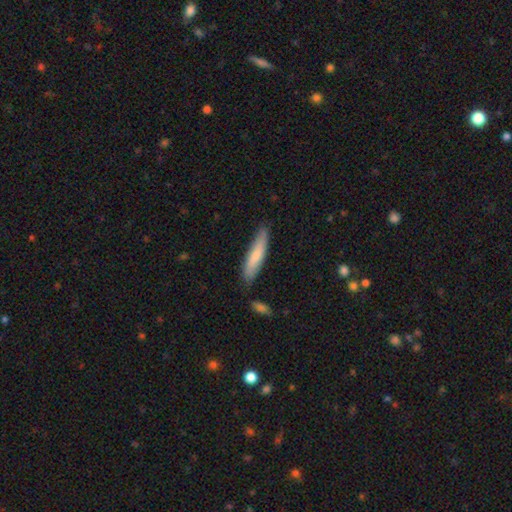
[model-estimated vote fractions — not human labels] This appears to be a smooth galaxy with no disk features (72%) that is cigar-shaped (82%). Merging: none (79%).